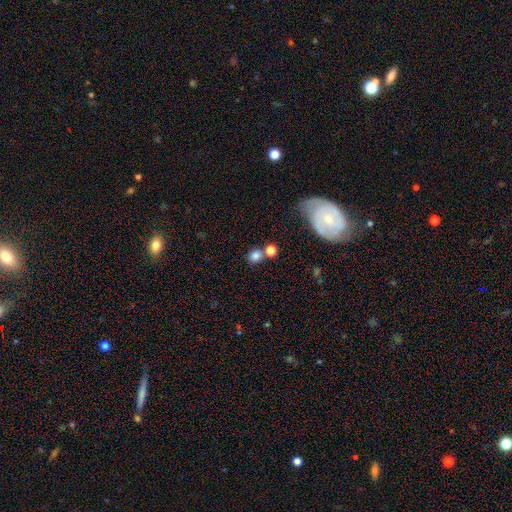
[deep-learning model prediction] The model was most divided on "merging": none: 60%, merger: 26%, minor disturbance: 10%, major disturbance: 4%. More confident: smooth or featured — smooth (79%); how rounded — round (72%).